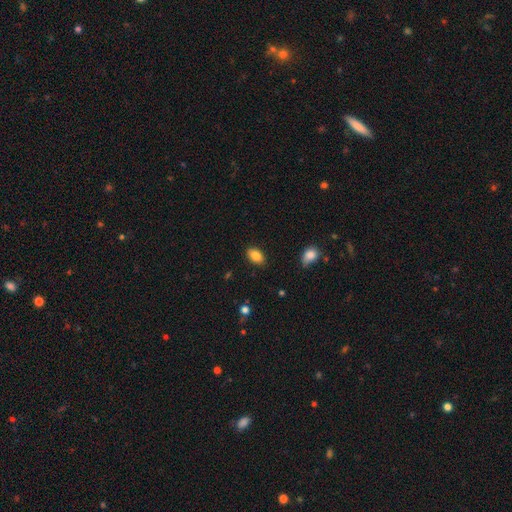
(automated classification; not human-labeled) This appears to be a smooth galaxy with no disk features (85%) that is in between round and cigar-shaped (90%). Merging: none (87%).